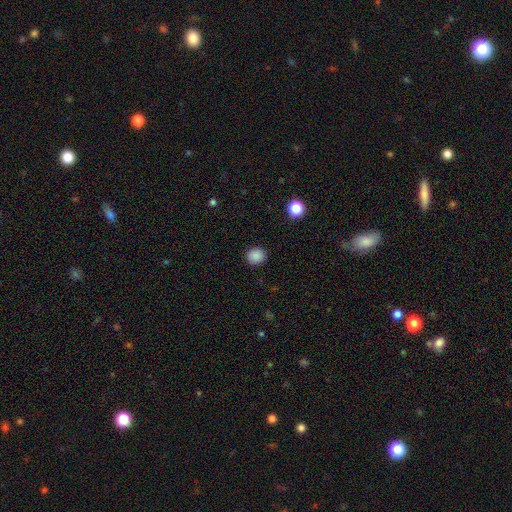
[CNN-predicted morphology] Overall: smooth (87%). How rounded: round (83%). Merging: none (90%).